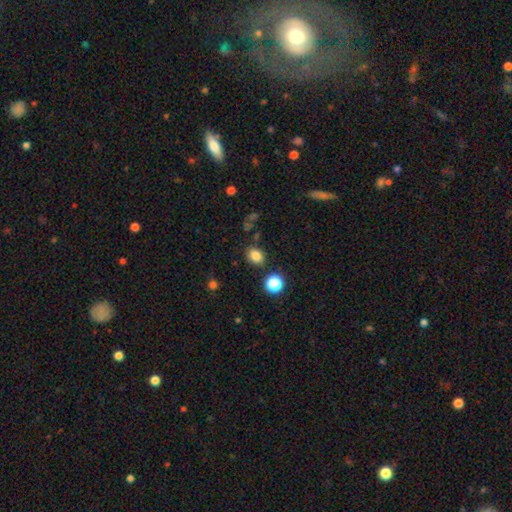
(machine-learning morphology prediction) Smooth or featured: smooth — 81% (star or artifact — 13%)
How rounded: round — 57% (in between — 42%)
Merging: none — 82% (minor disturbance — 10%)